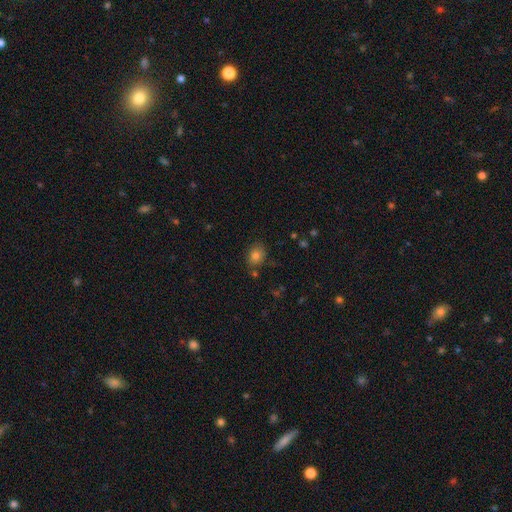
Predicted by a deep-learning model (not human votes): Smooth or featured: smooth — 80% (star or artifact — 12%)
How rounded: round — 50% (in between — 48%)
Merging: none — 78% (minor disturbance — 14%)